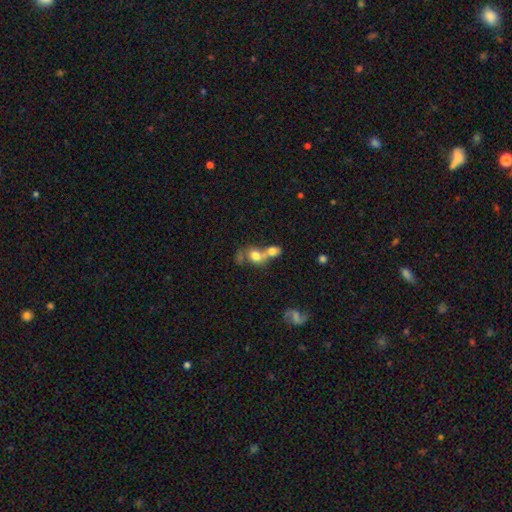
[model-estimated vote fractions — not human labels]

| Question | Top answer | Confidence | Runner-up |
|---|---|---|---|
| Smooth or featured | smooth | 70% | featured or disk (20%) |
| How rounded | round | 54% | in between (44%) |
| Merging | merger | 68% | none (20%) |